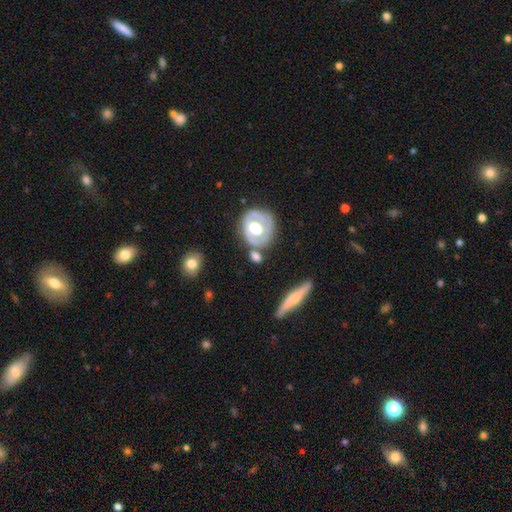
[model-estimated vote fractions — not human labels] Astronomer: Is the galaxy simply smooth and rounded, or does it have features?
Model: featured or disk — 54% (runner-up: smooth, 39%).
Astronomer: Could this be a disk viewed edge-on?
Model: no — 81%.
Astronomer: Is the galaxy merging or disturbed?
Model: none — 63%.